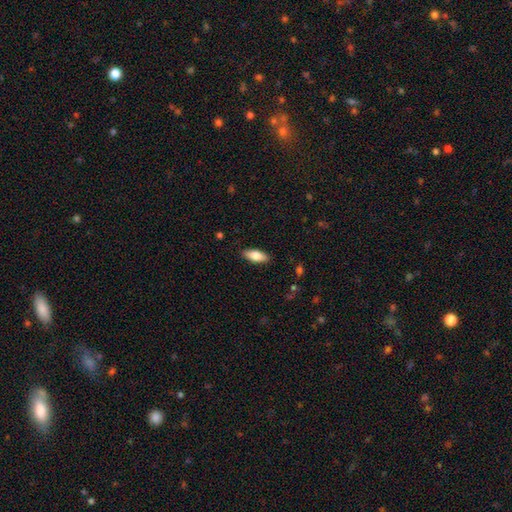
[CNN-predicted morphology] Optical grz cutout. It shows a smooth galaxy with no disk features (77%) that is in between round and cigar-shaped (78%). Merging: none (88%).